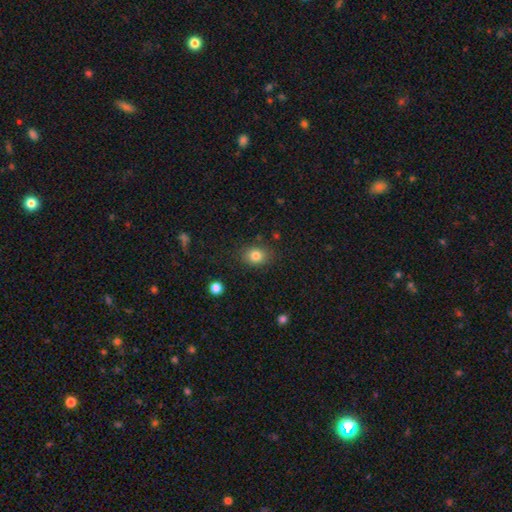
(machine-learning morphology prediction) Smooth or featured: smooth — 82% (star or artifact — 10%)
How rounded: in between — 53% (round — 46%)
Merging: none — 84% (minor disturbance — 11%)